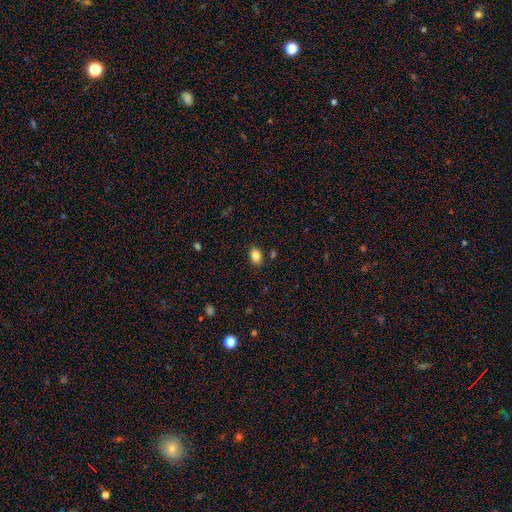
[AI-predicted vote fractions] smooth_or_featured: smooth (p=0.86) [alt: star or artifact p=0.10]
how_rounded: in between (p=0.75) [alt: round p=0.24]
merging: none (p=0.85) [alt: minor disturbance p=0.10]